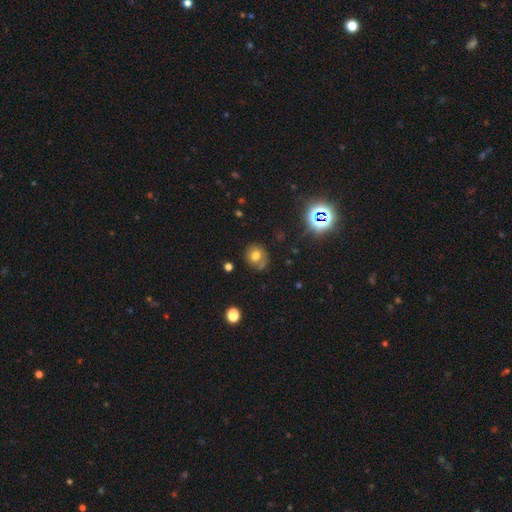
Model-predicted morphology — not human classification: This is likely a smooth galaxy (66%). How rounded: likely round (74%). Merging: likely none (65%).